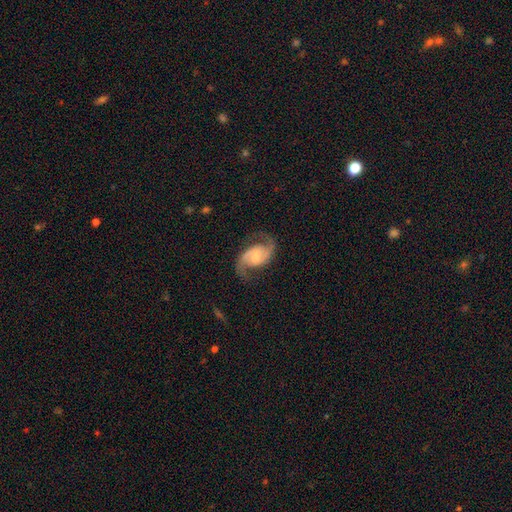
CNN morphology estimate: Smooth or featured? featured or disk (89%)
Edge-on disk? no (98%)
Bar? weak (51%)
Spiral arms? yes (97%)
Spiral winding? medium (53%)
Spiral arm count? 2 (94%)
Bulge size? small (44%)
Merging? none (78%)